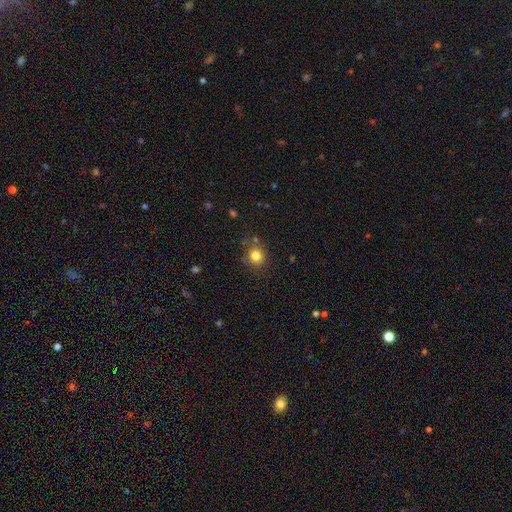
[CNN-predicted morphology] Smooth or featured? smooth (80%)
How rounded? round (82%)
Merging? none (78%)